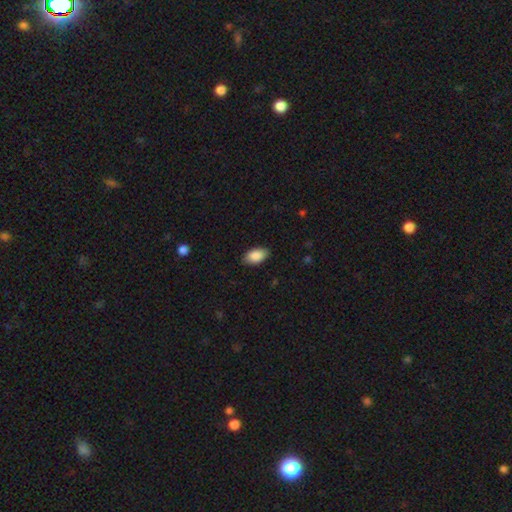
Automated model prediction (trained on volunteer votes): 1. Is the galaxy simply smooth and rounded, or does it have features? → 89% smooth, 6% star or artifact, 5% featured or disk.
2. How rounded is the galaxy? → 94% in between, 4% round, 2% cigar-shaped.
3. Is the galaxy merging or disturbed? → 85% none, 11% minor disturbance, 2% major disturbance, 1% merger.